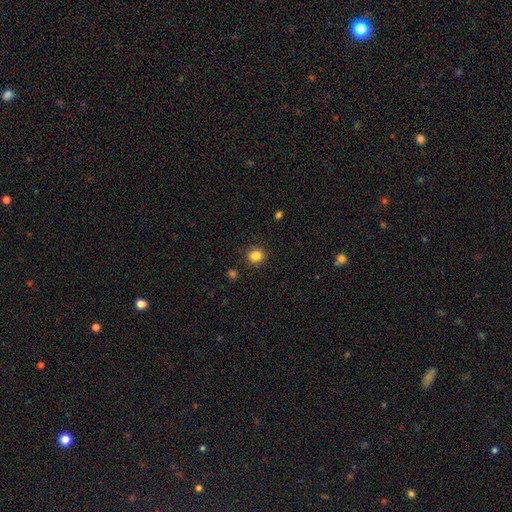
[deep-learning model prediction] smooth_or_featured: smooth (p=0.85) [alt: star or artifact p=0.11]
how_rounded: round (p=0.83) [alt: in between p=0.16]
merging: none (p=0.89) [alt: minor disturbance p=0.07]